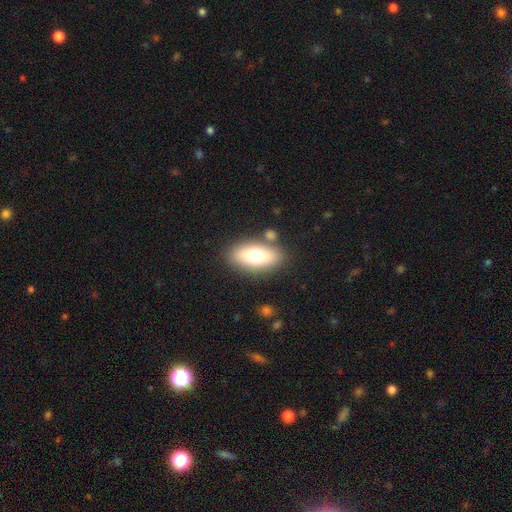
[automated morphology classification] The model was most divided on "smooth or featured": smooth: 70%, featured or disk: 22%, star or artifact: 8%. More confident: how rounded — in between (85%); merging — none (78%).